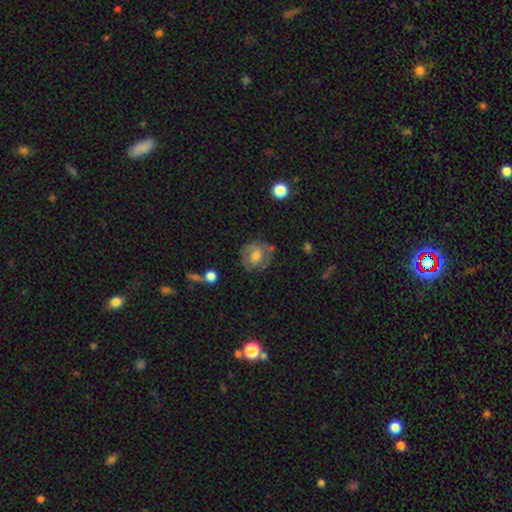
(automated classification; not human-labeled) featured or disk 48%, smooth 44%, star or artifact 8%. Down the decision tree: merging — none (67%).